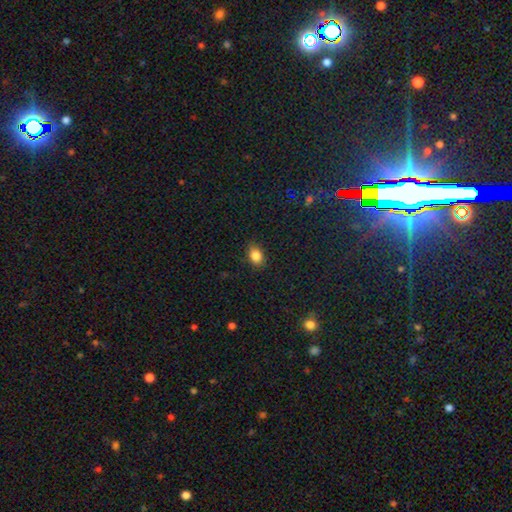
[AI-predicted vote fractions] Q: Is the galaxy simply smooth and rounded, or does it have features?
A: smooth — 85%.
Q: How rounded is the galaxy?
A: in between — 69%.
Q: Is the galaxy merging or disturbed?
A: none — 84%.